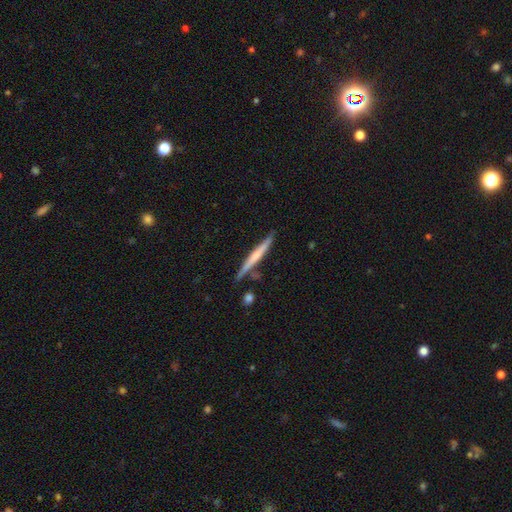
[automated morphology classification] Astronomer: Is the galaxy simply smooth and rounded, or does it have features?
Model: featured or disk — 50% (runner-up: smooth, 44%).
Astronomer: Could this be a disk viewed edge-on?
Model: yes — 96%.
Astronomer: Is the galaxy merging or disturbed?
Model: none — 78%.